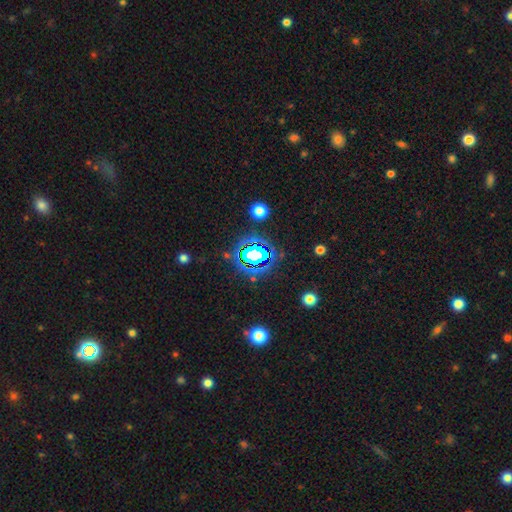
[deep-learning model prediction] Morphology: type=star or artifact (68%).